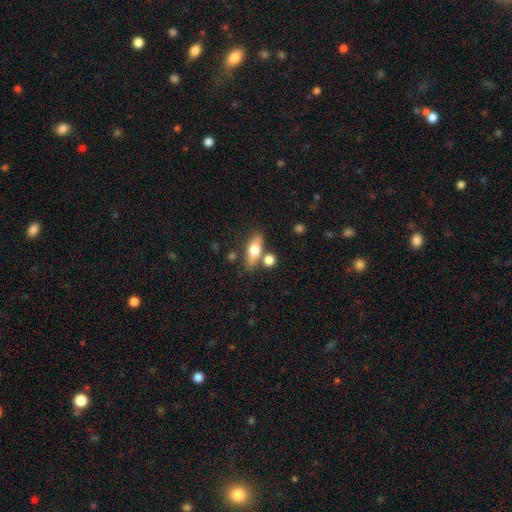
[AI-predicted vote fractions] smooth_or_featured: smooth (p=0.60) [alt: featured or disk p=0.33]
how_rounded: in between (p=0.62) [alt: cigar-shaped p=0.31]
merging: none (p=0.69) [alt: merger p=0.16]